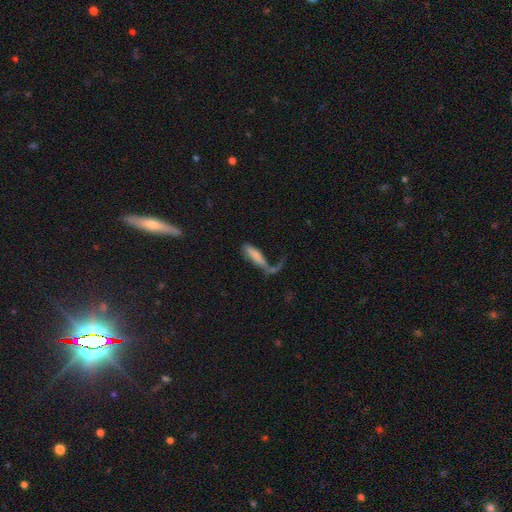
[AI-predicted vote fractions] This appears to be a smooth galaxy with no disk features (70%) that is cigar-shaped (59%). Merging: major disturbance (37%).